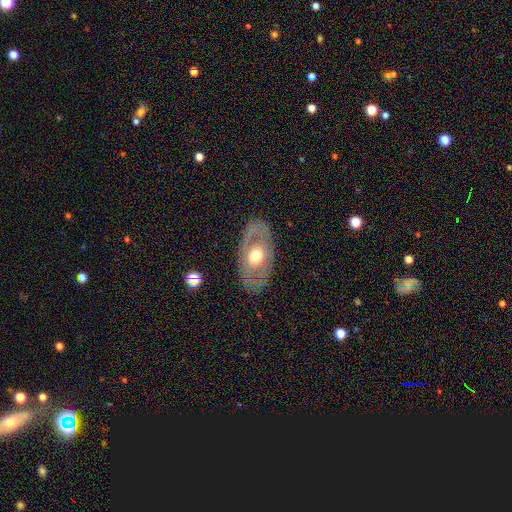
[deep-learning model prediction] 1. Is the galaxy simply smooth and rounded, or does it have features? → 59% featured or disk, 35% smooth, 6% star or artifact.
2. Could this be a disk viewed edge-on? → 87% no, 13% yes.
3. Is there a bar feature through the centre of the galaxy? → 82% no, 13% weak, 4% strong.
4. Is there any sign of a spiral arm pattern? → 75% no, 25% yes.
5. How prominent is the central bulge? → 71% moderate, 13% small, 13% large, 1% dominant, 1% none.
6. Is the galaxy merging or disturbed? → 82% none, 12% minor disturbance, 5% major disturbance, 1% merger.